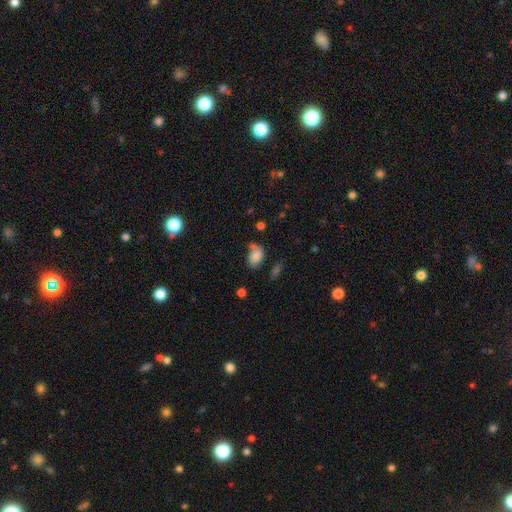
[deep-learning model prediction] The model was most divided on "merging": none: 48%, minor disturbance: 27%, merger: 13%, major disturbance: 12%. More confident: how rounded — in between (85%); smooth or featured — smooth (79%).